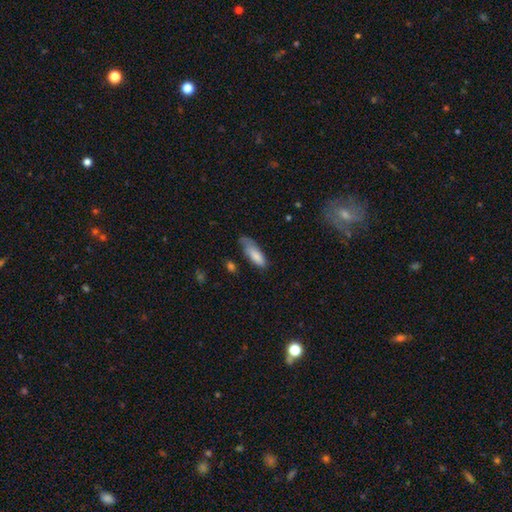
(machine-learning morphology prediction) A smooth galaxy with no disk features (82%) that is in between round and cigar-shaped (62%). Merging: none (41%).